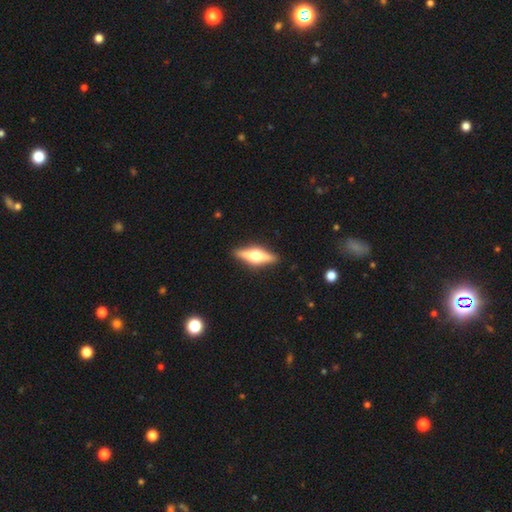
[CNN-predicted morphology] This appears to be a featured or disk galaxy (68%) viewed edge-on (96%) with a rounded central bulge (95%). Merging: none (90%).